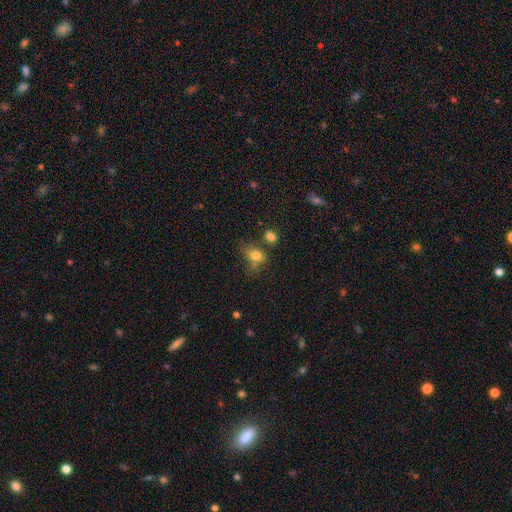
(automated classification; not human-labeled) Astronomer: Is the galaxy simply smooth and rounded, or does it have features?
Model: smooth — 76%.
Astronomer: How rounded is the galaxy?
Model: in between — 62%.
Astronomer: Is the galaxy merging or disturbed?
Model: none — 49%.